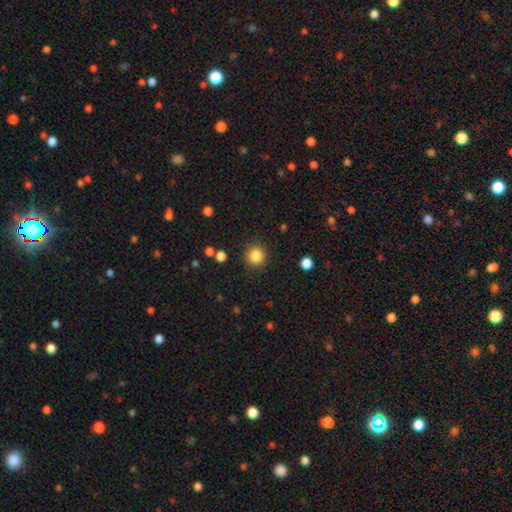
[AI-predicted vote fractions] smooth-or-featured: smooth: 85% | star or artifact: 11% | featured or disk: 4%
  how-rounded: round: 93% | in between: 6% | cigar-shaped: 1%
  merging: none: 89% | minor disturbance: 7% | major disturbance: 3% | merger: 2%